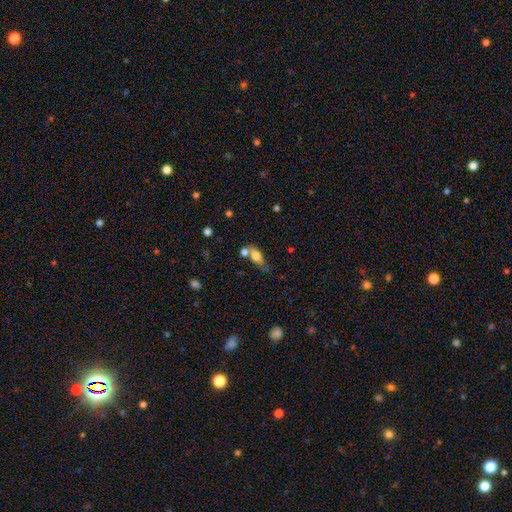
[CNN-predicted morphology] This appears to be a smooth galaxy with no disk features (71%) that is in between round and cigar-shaped (78%). Merging: none (43%).